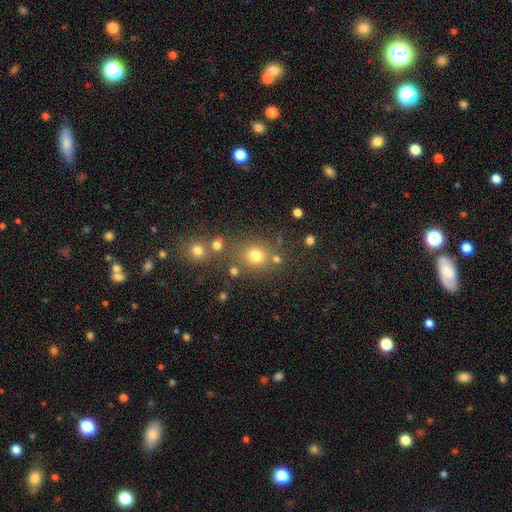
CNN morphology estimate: Smooth or featured? Predicted: smooth (p=0.73). How rounded? Predicted: round (p=0.83). Merging? Predicted: none (p=0.72).